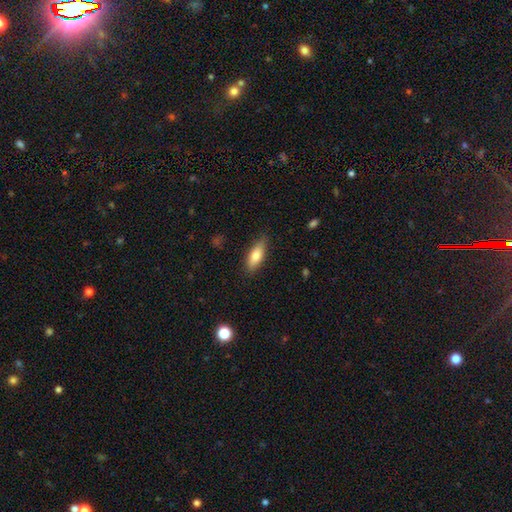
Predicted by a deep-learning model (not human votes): Q: Smooth or featured?
A: smooth (78%); runner-up: featured or disk (15%)
Q: How rounded?
A: in between (70%); runner-up: cigar-shaped (28%)
Q: Merging?
A: none (83%); runner-up: minor disturbance (13%)